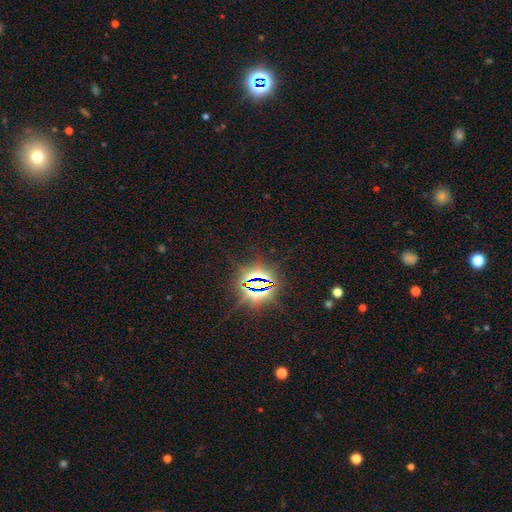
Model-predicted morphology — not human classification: Overall: star or artifact (84%).